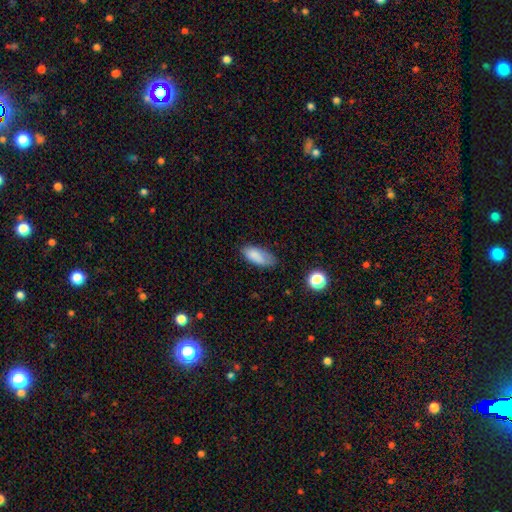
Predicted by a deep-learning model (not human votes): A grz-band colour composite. It shows a smooth galaxy with no disk features (85%) that is in between round and cigar-shaped (85%). Merging: none (67%).